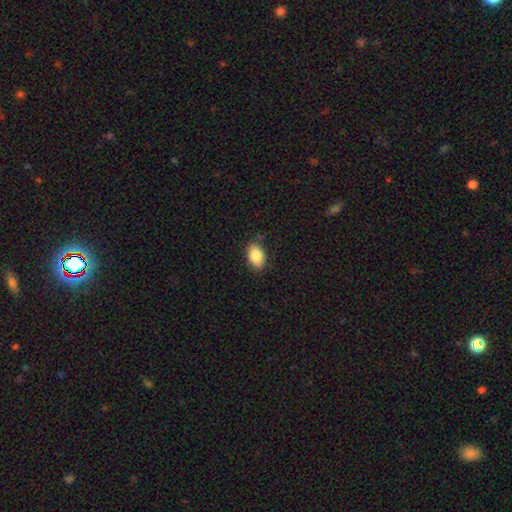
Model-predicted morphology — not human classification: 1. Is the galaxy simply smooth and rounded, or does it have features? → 85% smooth, 8% star or artifact, 7% featured or disk.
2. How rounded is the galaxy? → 88% in between, 11% round, 2% cigar-shaped.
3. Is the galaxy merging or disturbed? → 83% none, 13% minor disturbance, 3% major disturbance, 1% merger.